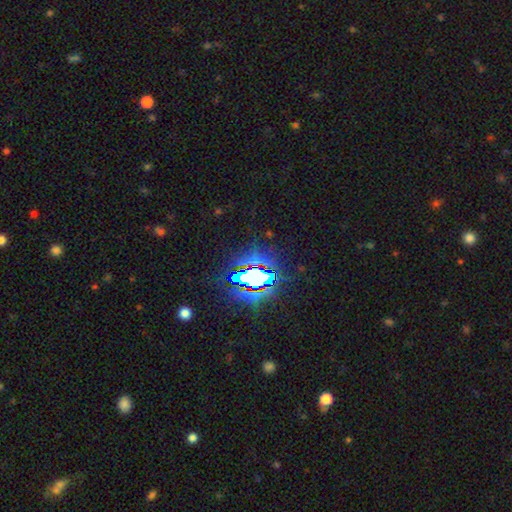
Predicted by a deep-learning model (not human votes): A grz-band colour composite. It shows a star or artifact, not a galaxy (83%).